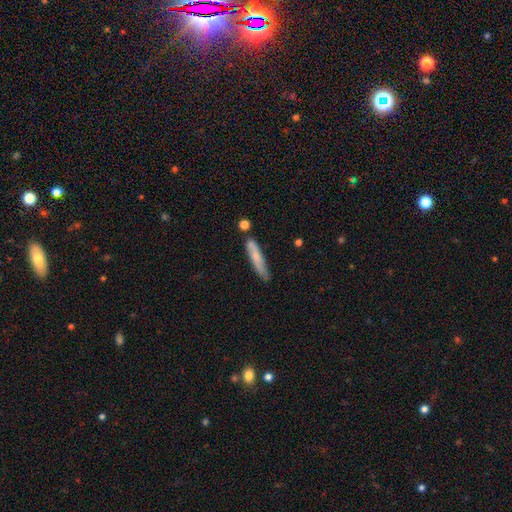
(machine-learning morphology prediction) A smooth galaxy with no disk features (66%) that is cigar-shaped (90%). Merging: none (69%).